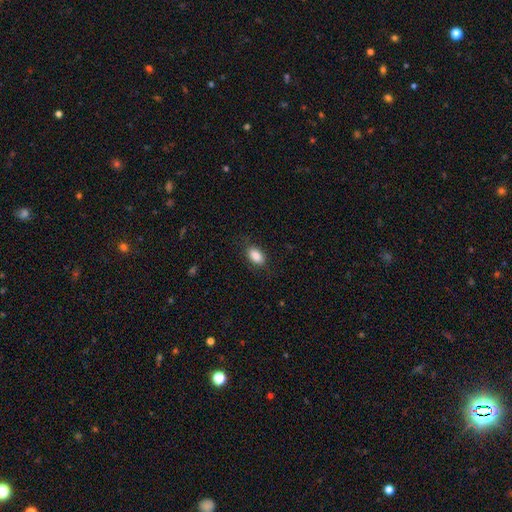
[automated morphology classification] The model was most divided on "merging": none: 83%, minor disturbance: 12%, major disturbance: 4%, merger: 1%. More confident: how rounded — in between (90%); smooth or featured — smooth (88%).